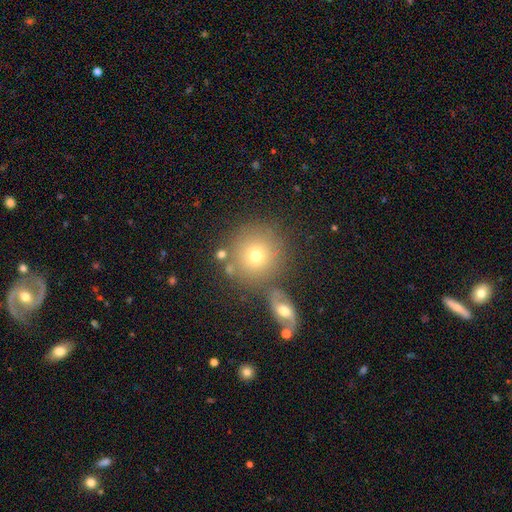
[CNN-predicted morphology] type=smooth (69%); roundness=round (92%); merging=none (74%).